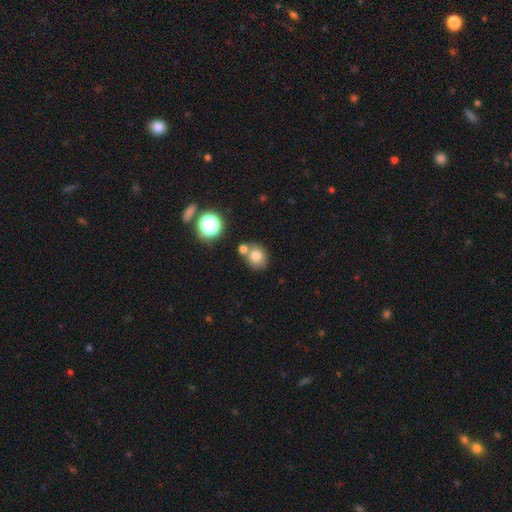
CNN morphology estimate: The model was most divided on "merging": none: 61%, merger: 25%, minor disturbance: 11%, major disturbance: 3%. More confident: how rounded — round (77%); smooth or featured — smooth (76%).